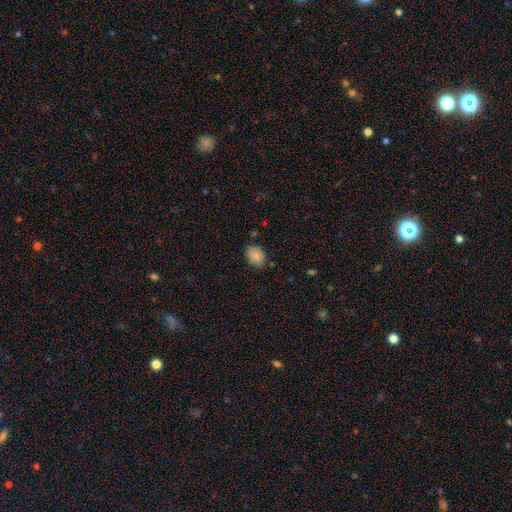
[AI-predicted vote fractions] Smooth or featured: smooth — 82% (featured or disk — 9%)
How rounded: in between — 60% (round — 39%)
Merging: none — 79% (minor disturbance — 17%)